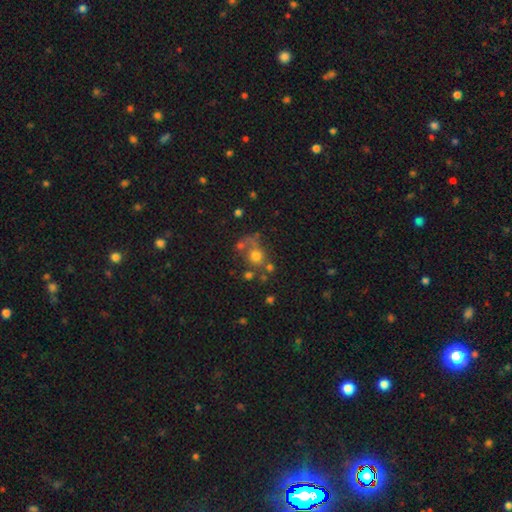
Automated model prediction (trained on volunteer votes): smooth-or-featured: smooth: 63% | star or artifact: 19% | featured or disk: 18%
  how-rounded: round: 78% | in between: 21% | cigar-shaped: 1%
  merging: none: 46% | merger: 27% | minor disturbance: 14% | major disturbance: 13%